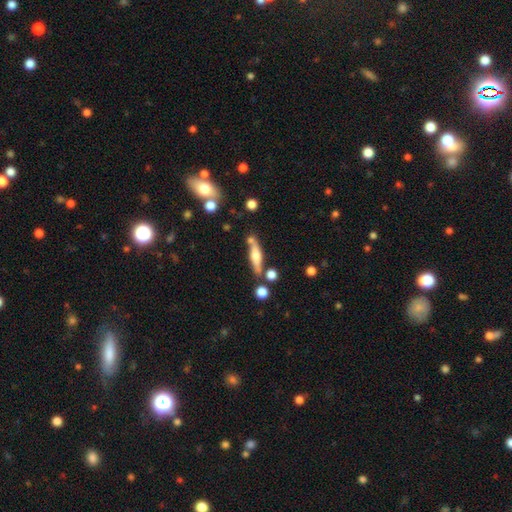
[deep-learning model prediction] This is possibly a featured or disk galaxy (53%). It is clearly viewed edge-on (91%). Merging: likely none (72%).